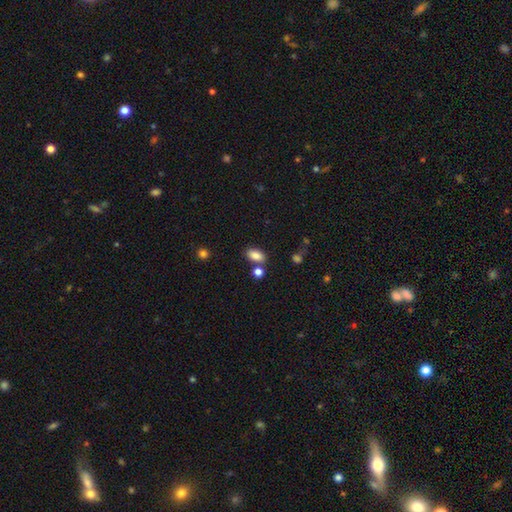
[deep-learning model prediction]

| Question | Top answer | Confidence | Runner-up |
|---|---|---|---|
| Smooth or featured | smooth | 86% | star or artifact (9%) |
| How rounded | in between | 90% | round (7%) |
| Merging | none | 71% | merger (14%) |